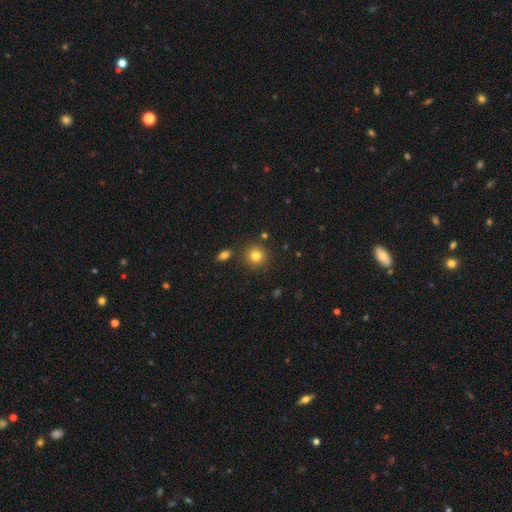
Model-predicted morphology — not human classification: smooth_or_featured: smooth (p=0.82) [alt: star or artifact p=0.12]
how_rounded: round (p=0.92) [alt: in between p=0.07]
merging: none (p=0.85) [alt: minor disturbance p=0.07]